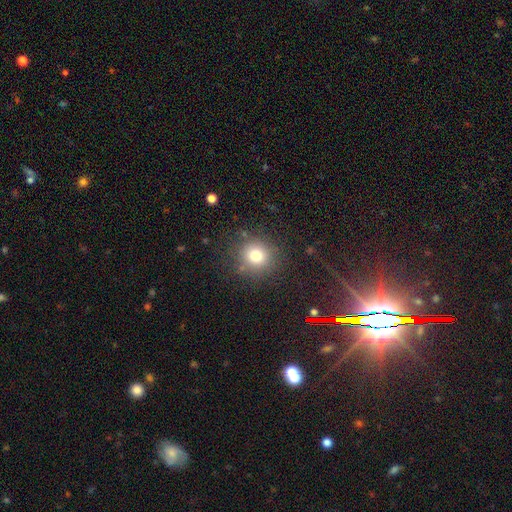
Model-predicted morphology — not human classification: A smooth galaxy with no disk features (77%) that is round (90%).

Vote fractions:
- Smooth or featured? smooth: 77% / star or artifact: 14% / featured or disk: 9%
- How rounded? round: 90% / in between: 9% / cigar-shaped: 1%
- Merging? none: 83% / minor disturbance: 10% / major disturbance: 5% / merger: 2%